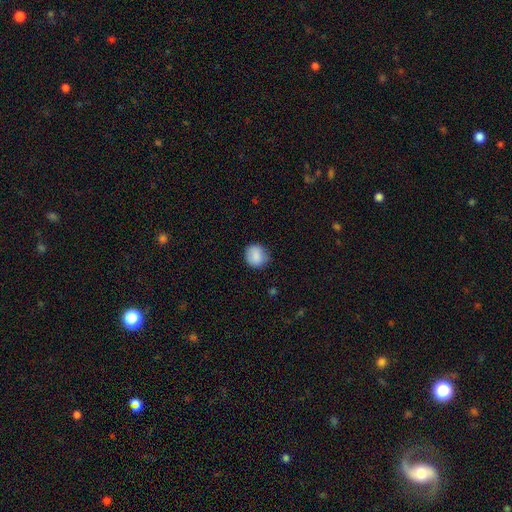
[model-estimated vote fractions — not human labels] The model was most divided on "merging": none: 77%, minor disturbance: 18%, major disturbance: 4%, merger: 1%. More confident: smooth or featured — smooth (87%); how rounded — round (83%).